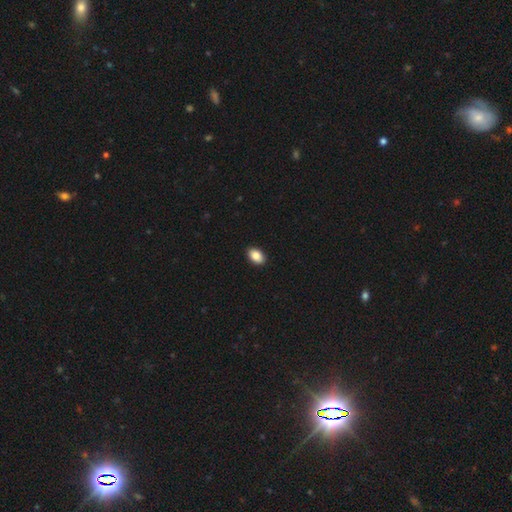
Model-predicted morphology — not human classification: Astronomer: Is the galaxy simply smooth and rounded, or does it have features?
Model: smooth — 87%.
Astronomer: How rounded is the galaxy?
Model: in between — 88%.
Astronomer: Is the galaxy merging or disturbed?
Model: none — 91%.